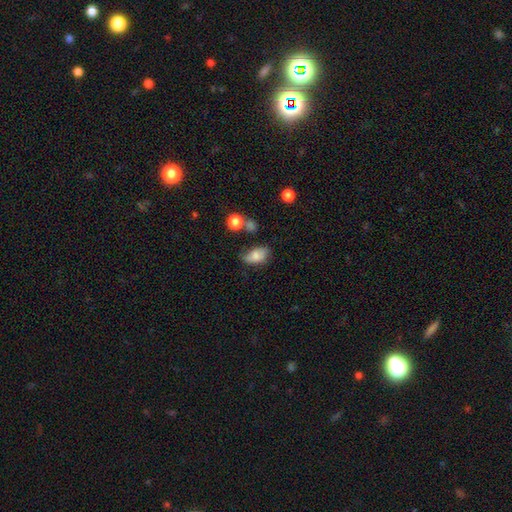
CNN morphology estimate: This appears to be a smooth galaxy with no disk features (74%) that is in between round and cigar-shaped (88%). Merging: none (47%).